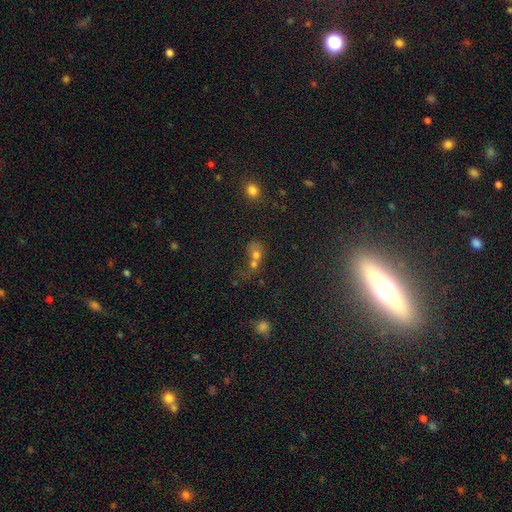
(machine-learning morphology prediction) A smooth galaxy with no disk features (55%) that is round (58%).

Vote fractions:
- Smooth or featured? smooth: 55% / star or artifact: 29% / featured or disk: 16%
- How rounded? round: 58% / in between: 38% / cigar-shaped: 3%
- Merging? merger: 54% / none: 29% / major disturbance: 9% / minor disturbance: 8%